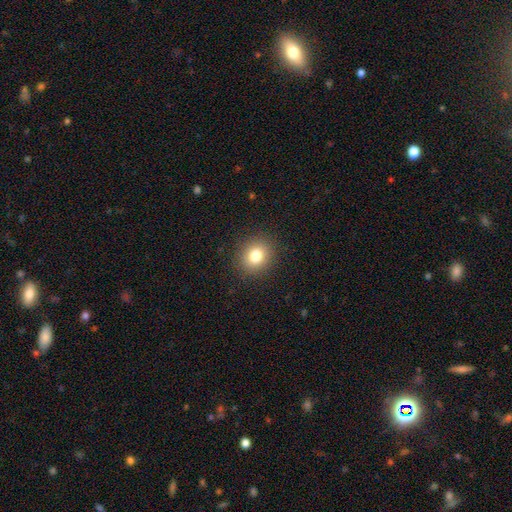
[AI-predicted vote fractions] This is likely a smooth galaxy (80%). How rounded: likely round (73%). Merging: clearly none (90%).